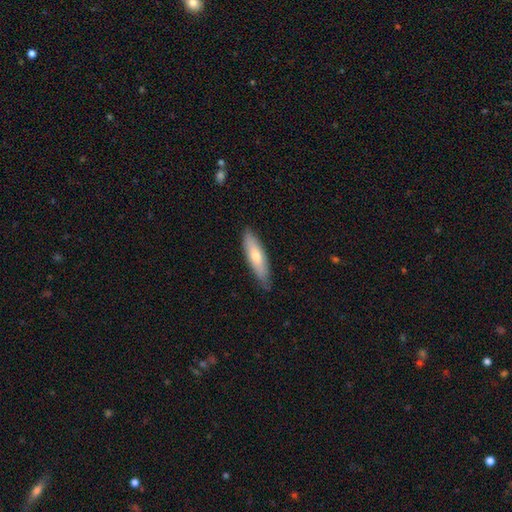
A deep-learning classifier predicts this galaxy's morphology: A smooth galaxy with no disk features (64%) that is cigar-shaped (65%). Merging: none (82%).